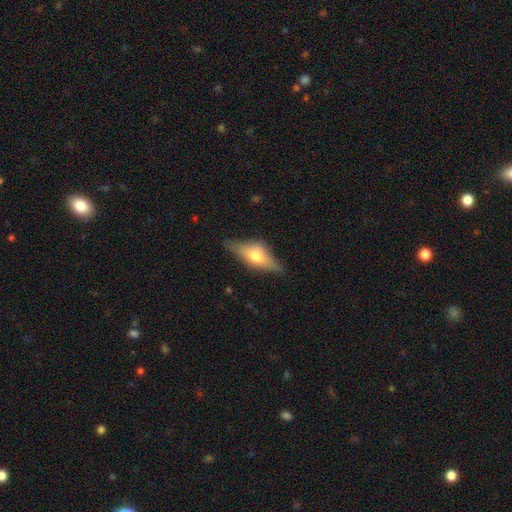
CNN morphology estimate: smooth-or-featured: featured or disk: 52% | smooth: 41% | star or artifact: 7%
  disk-edge-on: yes: 87% | no: 13%
  merging: none: 73% | minor disturbance: 20% | major disturbance: 6% | merger: 2%